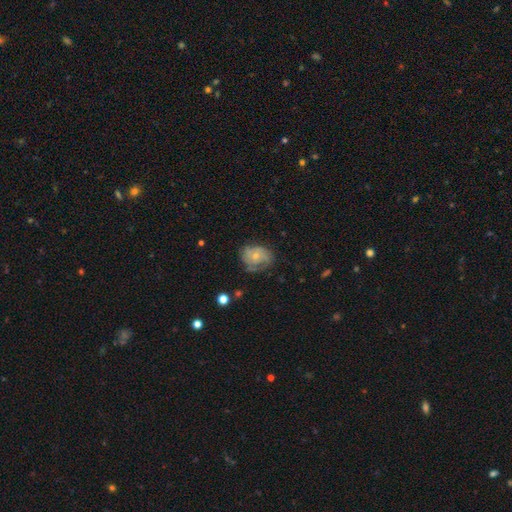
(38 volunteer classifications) This appears to be a featured or disk galaxy (55%) with no bar (100%), 2 (28%, tied with can't tell) tight (83%) spiral arms (86%) and a moderate central bulge (57%). Merging: none (53%).